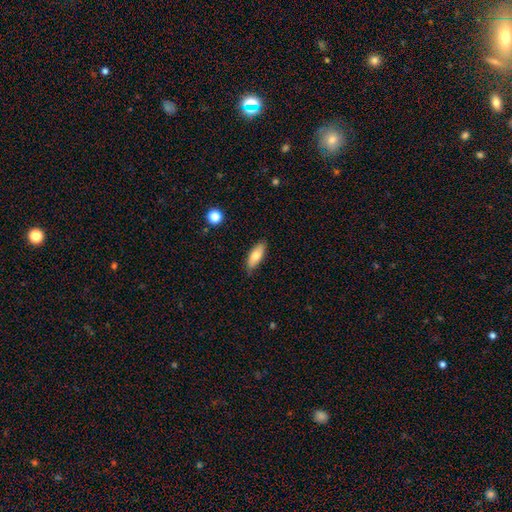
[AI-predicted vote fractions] Overall: smooth (74%). How rounded: in between (73%). Merging: none (82%).